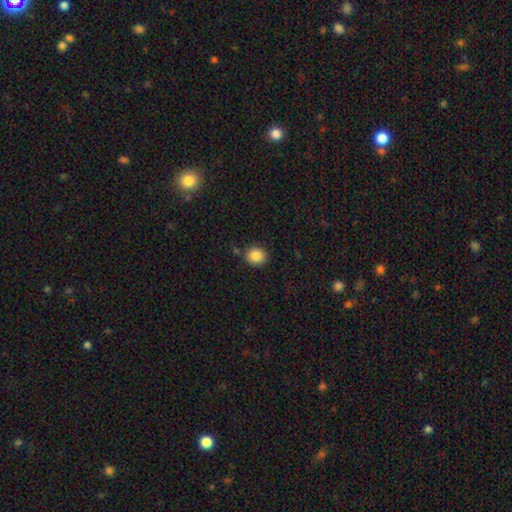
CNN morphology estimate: Smooth or featured? smooth (87%)
How rounded? round (71%)
Merging? none (83%)